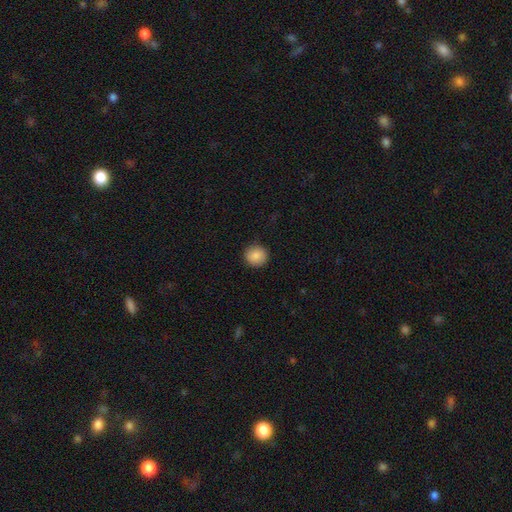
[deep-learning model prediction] smooth_or_featured: smooth (p=0.87) [alt: star or artifact p=0.08]
how_rounded: round (p=0.93) [alt: in between p=0.06]
merging: none (p=0.90) [alt: minor disturbance p=0.07]